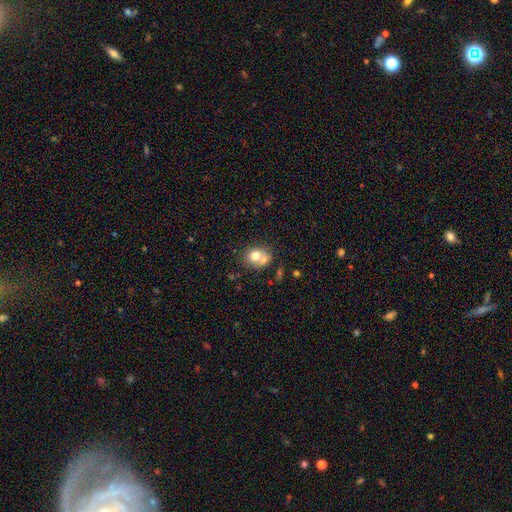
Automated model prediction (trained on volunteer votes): The model was most divided on "merging": merger: 43%, none: 39%, minor disturbance: 13%, major disturbance: 5%. More confident: smooth or featured — smooth (72%); how rounded — round (56%).